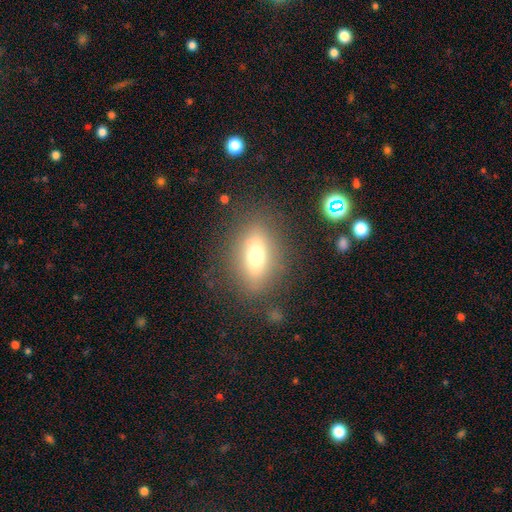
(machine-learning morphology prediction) Q: Smooth or featured?
A: smooth (66%); runner-up: featured or disk (22%)
Q: How rounded?
A: in between (74%); runner-up: round (14%)
Q: Merging?
A: none (80%); runner-up: minor disturbance (12%)